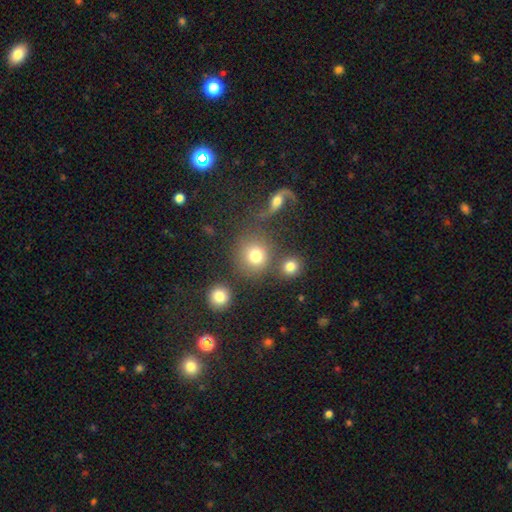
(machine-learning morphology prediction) This appears to be a smooth galaxy with no disk features (77%) that is round (89%). Merging: none (68%).